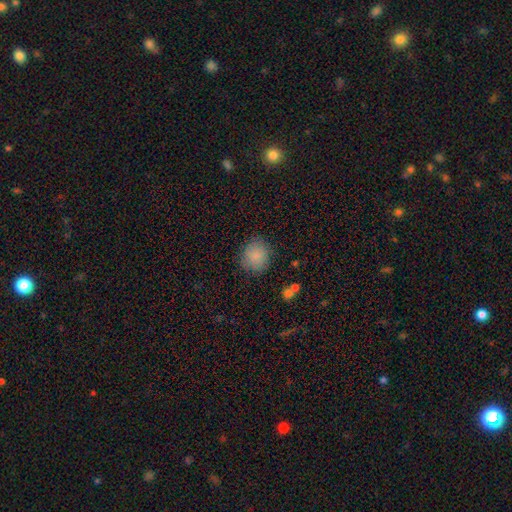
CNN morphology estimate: smooth_or_featured: smooth (p=0.85) [alt: star or artifact p=0.09]
how_rounded: round (p=0.83) [alt: in between p=0.16]
merging: none (p=0.84) [alt: minor disturbance p=0.11]